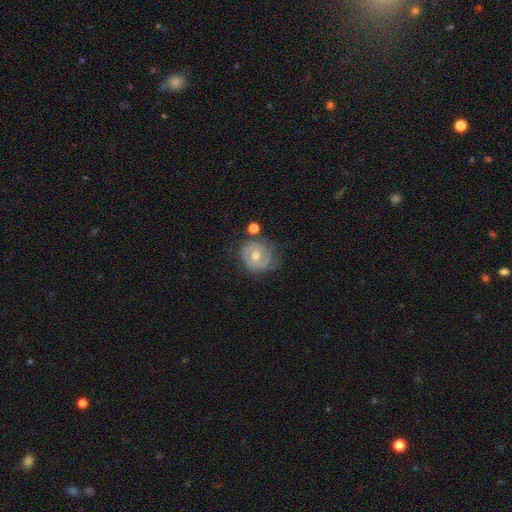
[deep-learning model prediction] Smooth or featured: featured or disk — 61% (smooth — 31%)
Edge-on disk: no — 97% (yes — 3%)
Bar: no — 67% (weak — 26%)
Spiral arms: yes — 63% (no — 37%)
Bulge size: moderate — 73% (small — 23%)
Merging: none — 65% (minor disturbance — 22%)